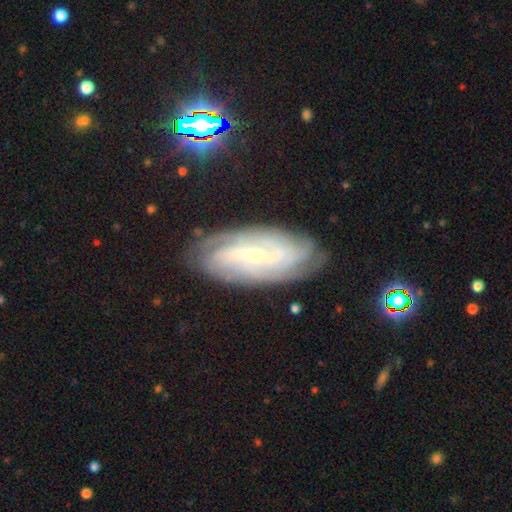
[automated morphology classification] A featured or disk galaxy (84%) with a weak bar (38%), tight (63%) spiral arms (96%) and a small central bulge (76%). Merging: none (81%).